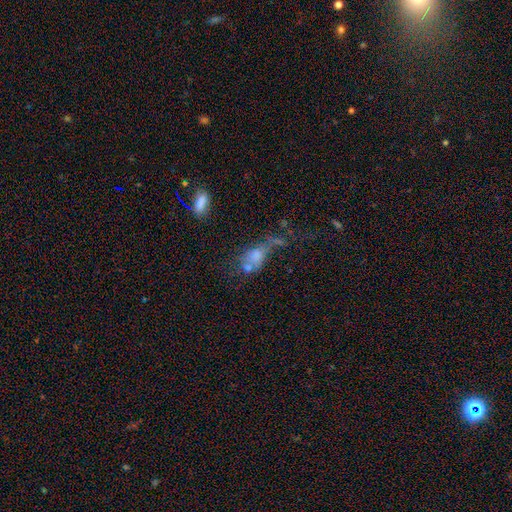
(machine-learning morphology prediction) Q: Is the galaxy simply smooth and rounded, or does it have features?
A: smooth — 49%.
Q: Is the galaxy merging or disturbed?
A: merger — 33%.